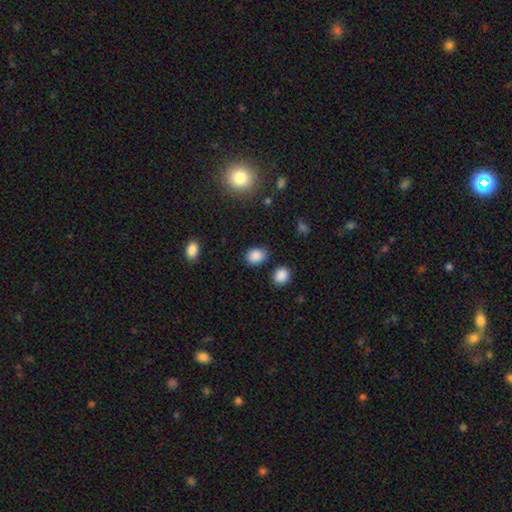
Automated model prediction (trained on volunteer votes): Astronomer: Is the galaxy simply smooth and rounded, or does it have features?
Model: smooth — 87%.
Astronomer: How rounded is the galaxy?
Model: in between — 62% (runner-up: round, 37%).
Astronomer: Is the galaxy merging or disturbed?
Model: none — 81%.